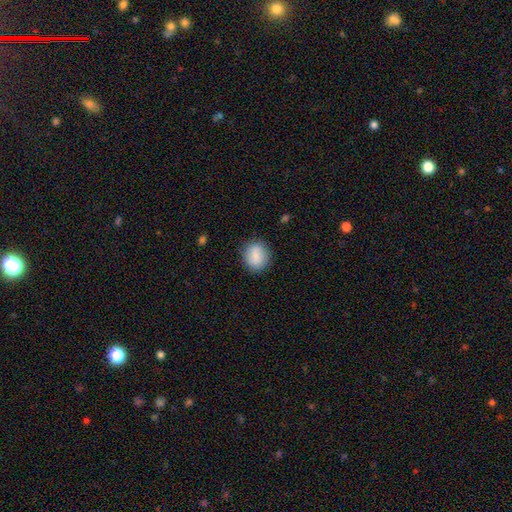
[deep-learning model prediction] smooth_or_featured: smooth (p=0.84) [alt: featured or disk p=0.09]
how_rounded: round (p=0.65) [alt: in between p=0.34]
merging: none (p=0.86) [alt: minor disturbance p=0.10]